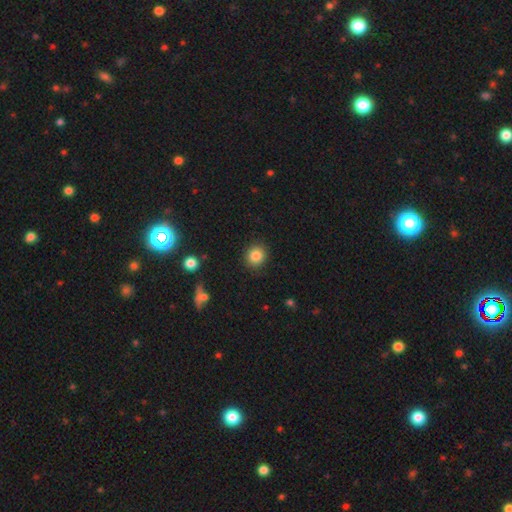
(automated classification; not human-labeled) Smooth or featured? Predicted: smooth (p=0.85). How rounded? Predicted: round (p=0.85). Merging? Predicted: none (p=0.89).